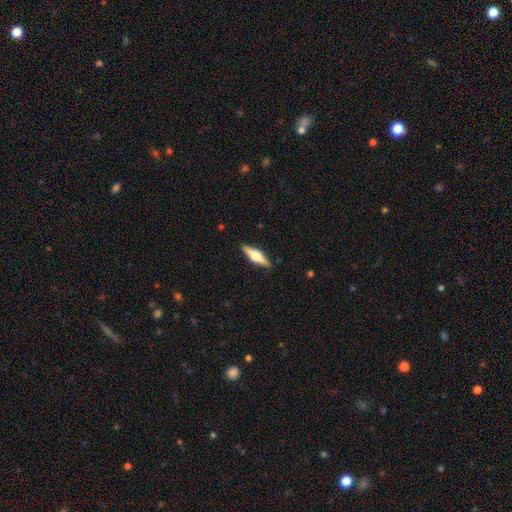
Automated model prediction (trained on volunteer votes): Smooth or featured? Predicted: featured or disk (p=0.63). Edge-on disk? Predicted: yes (p=0.96). Edge-on bulge? Predicted: rounded (p=0.91). Merging? Predicted: none (p=0.89).